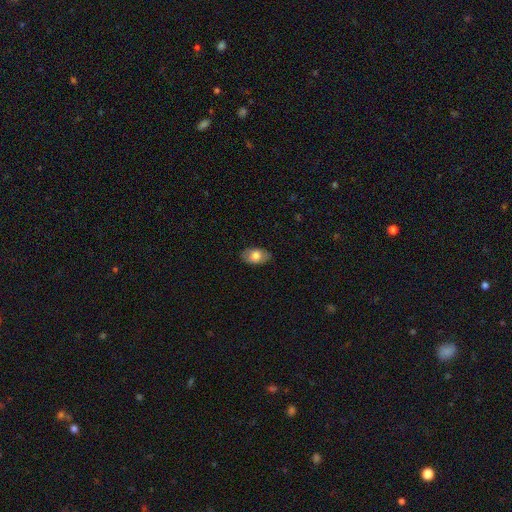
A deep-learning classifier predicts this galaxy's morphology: Smooth or featured: smooth — 76% (featured or disk — 17%)
How rounded: in between — 90% (round — 8%)
Merging: none — 85% (minor disturbance — 12%)